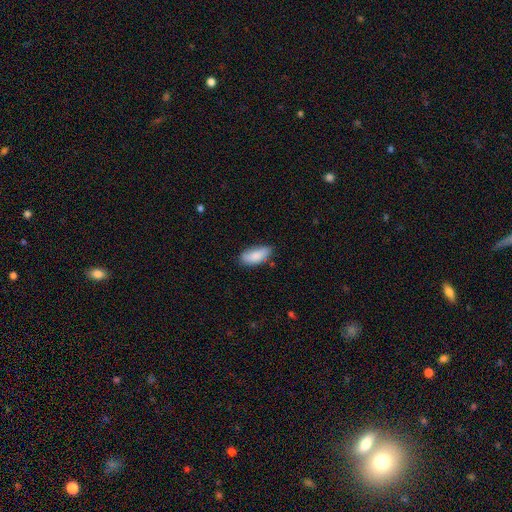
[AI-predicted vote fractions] smooth 86%, featured or disk 7%, star or artifact 7%. Down the decision tree: how rounded — in between (87%); merging — none (66%).